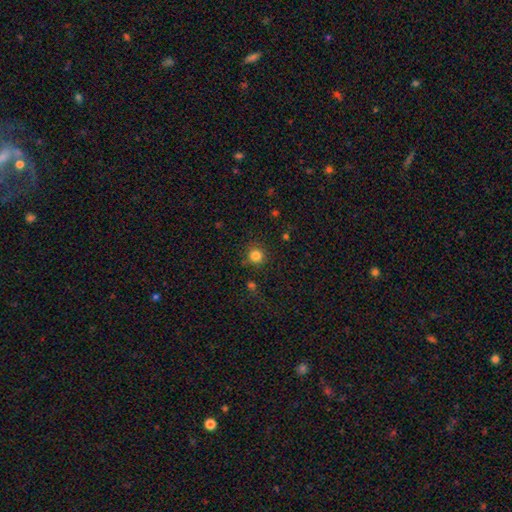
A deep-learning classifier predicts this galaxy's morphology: A smooth galaxy with no disk features (83%) that is round (93%). Merging: none (85%).